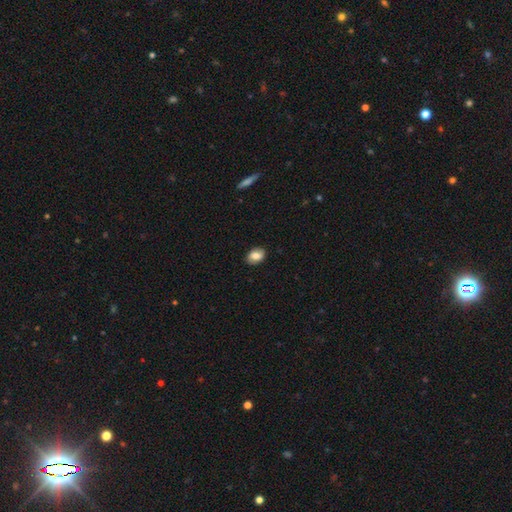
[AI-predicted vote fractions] This is likely a smooth galaxy (75%). How rounded: clearly in between (82%). Merging: clearly none (86%).